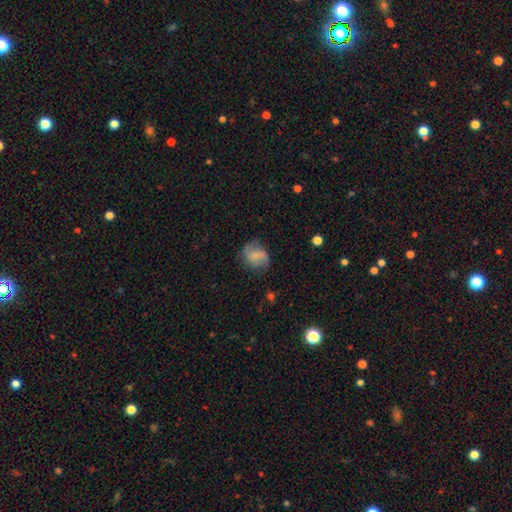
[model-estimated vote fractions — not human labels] A smooth galaxy with no disk features (53%) that is round (55%). Merging: none (63%).